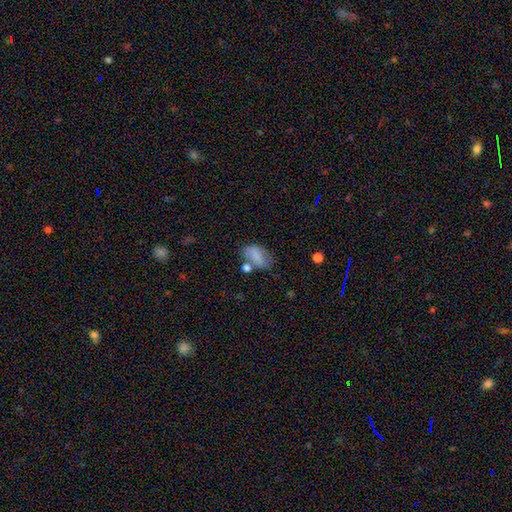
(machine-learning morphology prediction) This appears to be a smooth galaxy with no disk features (75%) that is in between round and cigar-shaped (88%). Merging: none (45%).